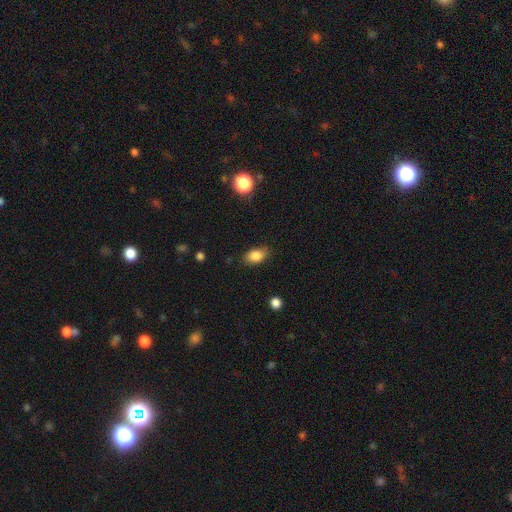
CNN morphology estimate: The model was most divided on "merging": none: 82%, minor disturbance: 14%, major disturbance: 3%, merger: 1%. More confident: how rounded — in between (86%); smooth or featured — smooth (85%).